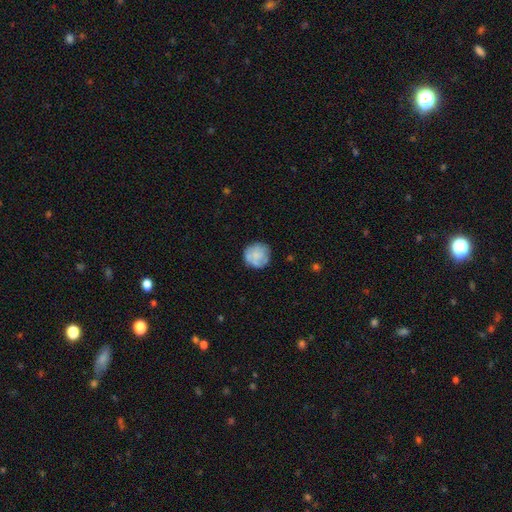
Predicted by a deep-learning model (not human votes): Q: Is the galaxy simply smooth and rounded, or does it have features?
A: smooth — 61%.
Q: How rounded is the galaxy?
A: round — 91%.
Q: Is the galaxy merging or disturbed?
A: none — 77%.